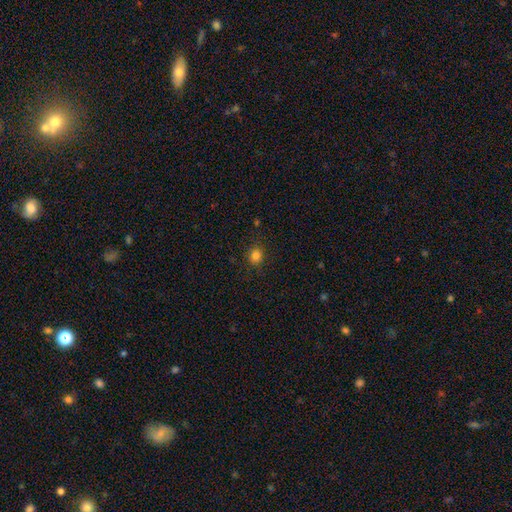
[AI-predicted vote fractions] Overall: smooth (81%). How rounded: round (79%). Merging: none (87%).